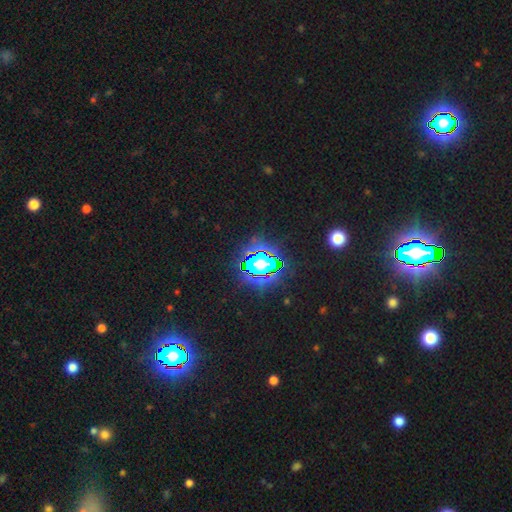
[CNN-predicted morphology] The model was most divided on "smooth or featured": star or artifact: 84%, smooth: 10%, featured or disk: 7%.